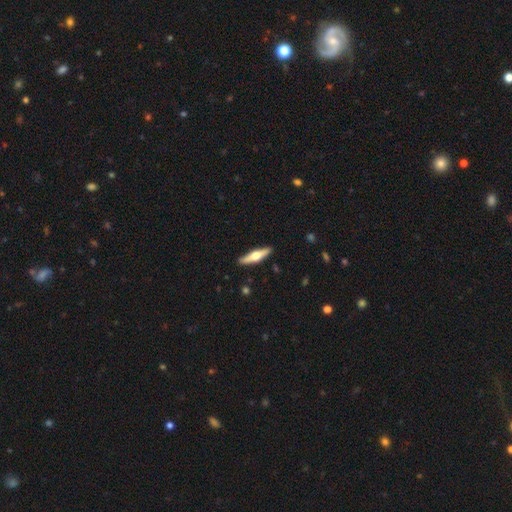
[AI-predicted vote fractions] This appears to be a featured or disk galaxy (57%) viewed edge-on (94%) with a rounded central bulge (94%). Merging: none (89%).